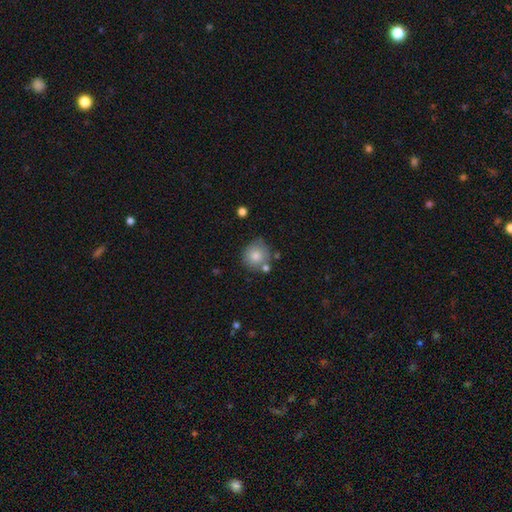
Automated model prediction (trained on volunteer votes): This is clearly a smooth galaxy (80%). How rounded: clearly round (89%). Merging: likely none (70%).